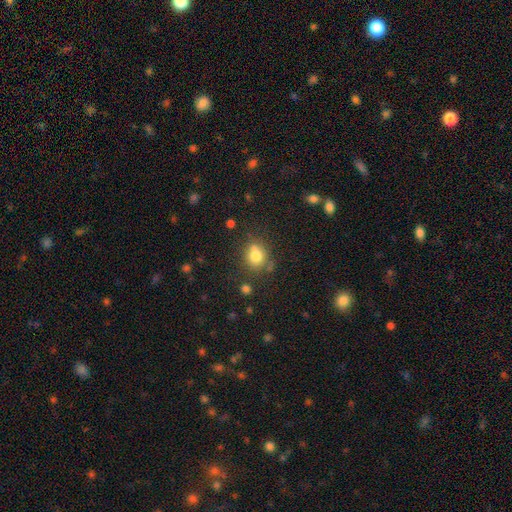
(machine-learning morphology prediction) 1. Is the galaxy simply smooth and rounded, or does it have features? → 76% smooth, 13% star or artifact, 11% featured or disk.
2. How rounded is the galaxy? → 69% round, 30% in between, 1% cigar-shaped.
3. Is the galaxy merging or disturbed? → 61% none, 18% minor disturbance, 15% merger, 6% major disturbance.